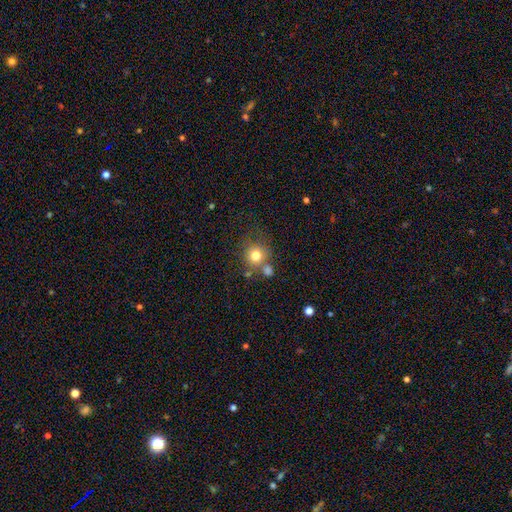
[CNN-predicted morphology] Smooth or featured? smooth (77%)
How rounded? round (88%)
Merging? none (60%)